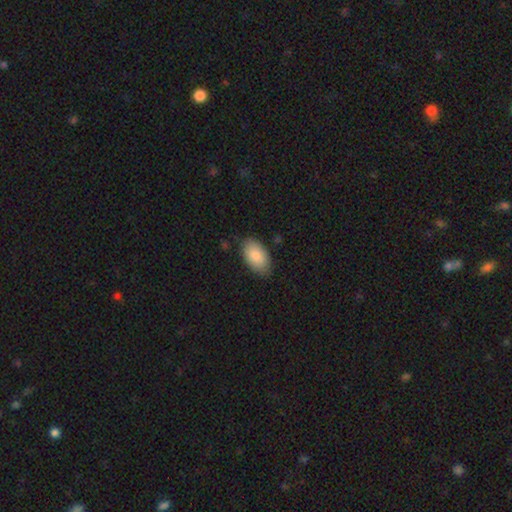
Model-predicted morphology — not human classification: The model was most divided on "merging": none: 82%, minor disturbance: 14%, major disturbance: 3%, merger: 1%. More confident: how rounded — in between (95%); smooth or featured — smooth (88%).